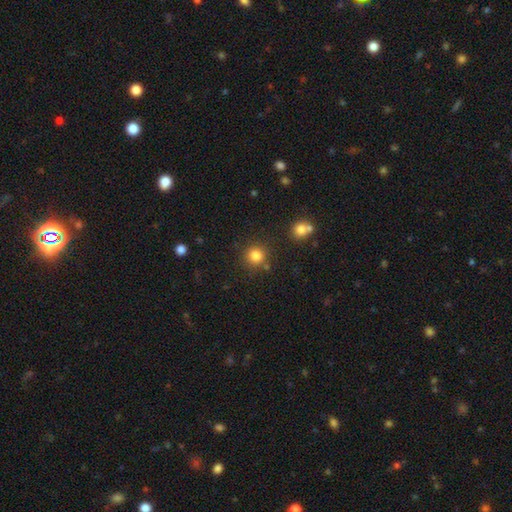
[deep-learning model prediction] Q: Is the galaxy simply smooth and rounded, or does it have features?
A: smooth — 82%.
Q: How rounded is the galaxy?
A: round — 92%.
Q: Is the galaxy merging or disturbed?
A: none — 81%.